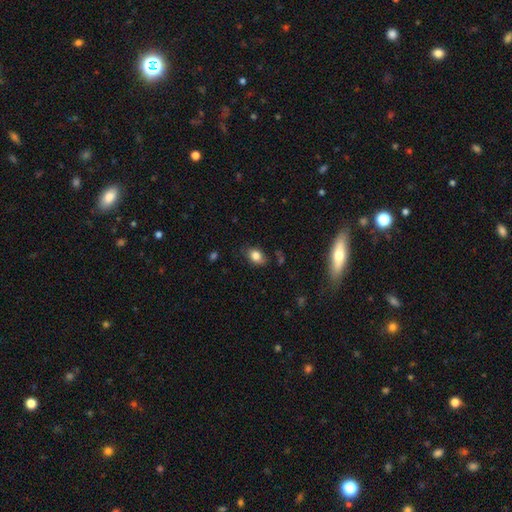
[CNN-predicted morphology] Smooth or featured? smooth (81%)
How rounded? in between (80%)
Merging? none (77%)